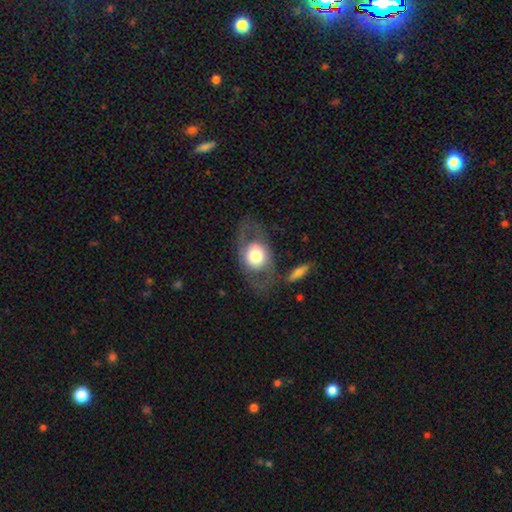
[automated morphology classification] Q: Smooth or featured?
A: smooth (48%); runner-up: featured or disk (47%)
Q: Merging?
A: none (66%); runner-up: minor disturbance (16%)